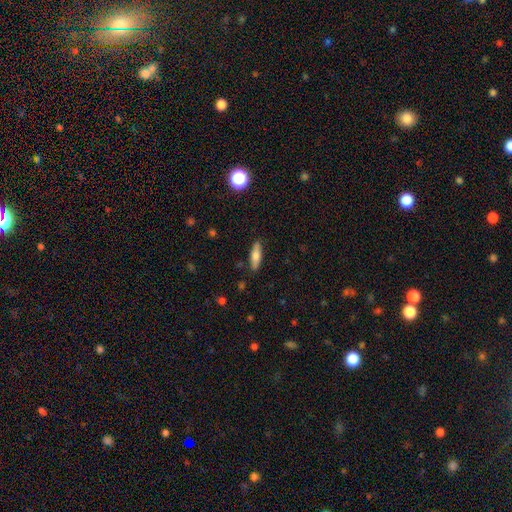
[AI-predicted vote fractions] Smooth or featured: smooth — 65% (featured or disk — 28%)
How rounded: cigar-shaped — 60% (in between — 38%)
Merging: none — 87% (minor disturbance — 9%)